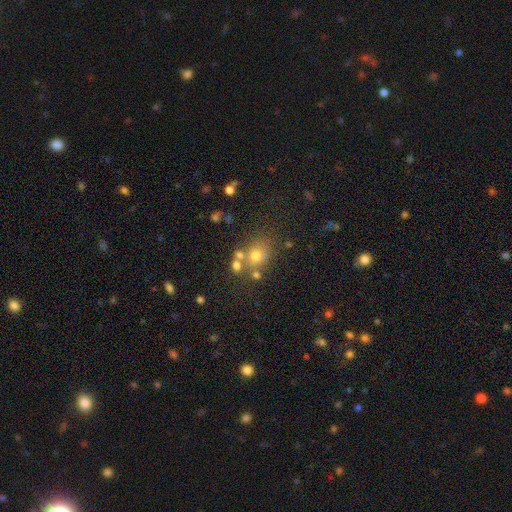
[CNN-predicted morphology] This is likely a smooth galaxy (63%). How rounded: likely round (70%). Merging: likely none (60%).